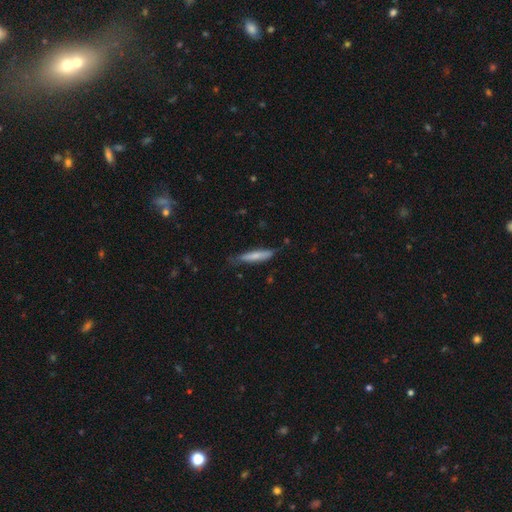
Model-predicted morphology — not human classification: The model was most divided on "smooth or featured": smooth: 68%, featured or disk: 27%, star or artifact: 6%. More confident: how rounded — cigar-shaped (87%); merging — none (72%).